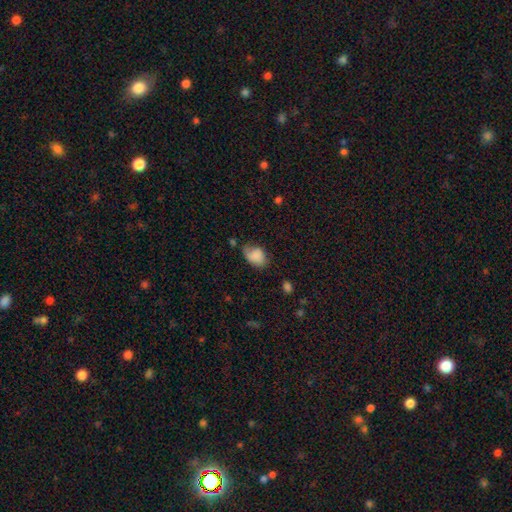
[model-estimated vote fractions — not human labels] Morphology: type=smooth (81%); roundness=in between (79%); merging=none (44%).